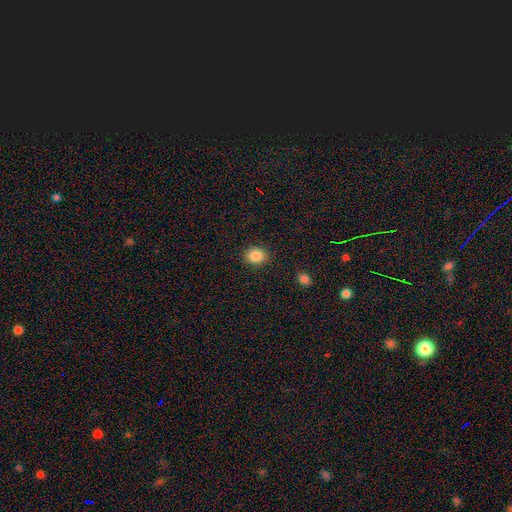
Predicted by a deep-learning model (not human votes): This appears to be a smooth galaxy with no disk features (86%) that is round (62%). Merging: none (89%).